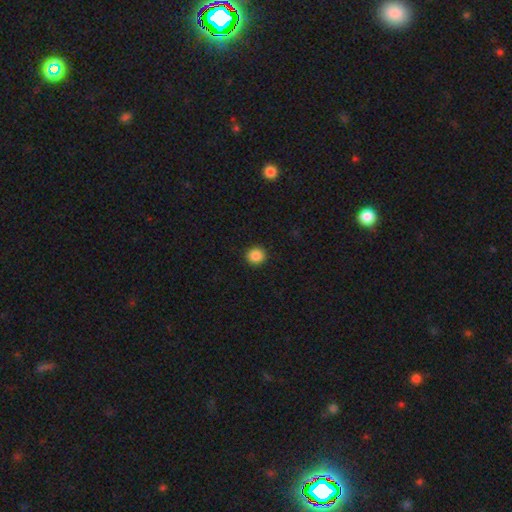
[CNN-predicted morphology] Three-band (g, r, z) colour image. It shows a smooth galaxy with no disk features (87%) that is round (91%). Merging: none (93%).